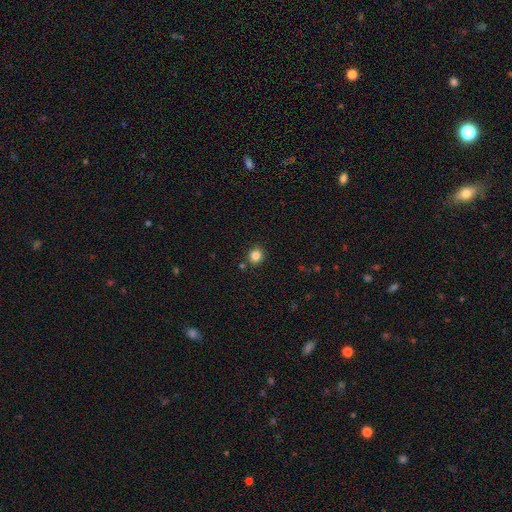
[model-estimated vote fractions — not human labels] Smooth or featured? Predicted: smooth (p=0.84). How rounded? Predicted: round (p=0.88). Merging? Predicted: none (p=0.87).